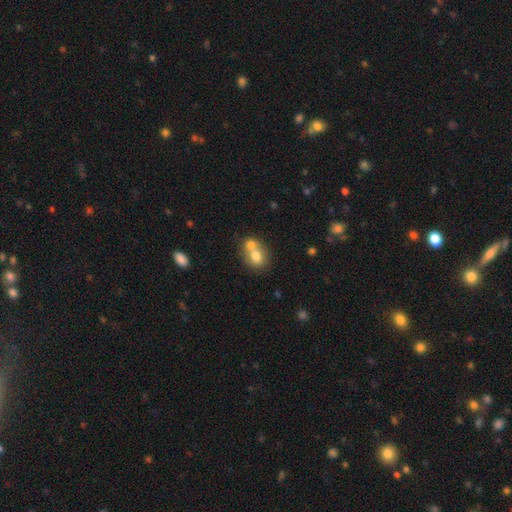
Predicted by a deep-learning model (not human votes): The model was most divided on "how rounded": round: 54%, in between: 45%, cigar-shaped: 1%. More confident: smooth or featured — smooth (72%); merging — merger (62%).